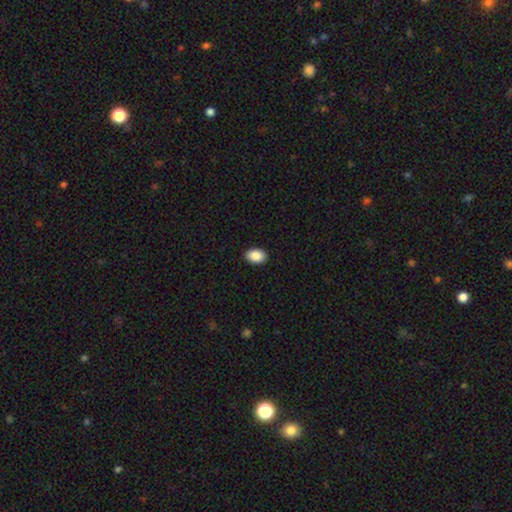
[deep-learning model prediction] Overall: smooth (90%). How rounded: in between (89%). Merging: none (91%).